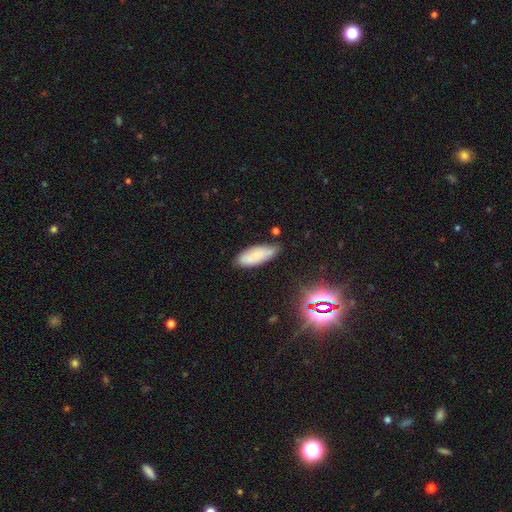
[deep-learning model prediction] Smooth or featured?
  - smooth: 70% *
  - featured or disk: 21%
  - star or artifact: 10%
How rounded?
  - in between: 73% *
  - cigar-shaped: 25%
  - round: 2%
Merging?
  - none: 63% *
  - minor disturbance: 28%
  - major disturbance: 5%
  - merger: 4%